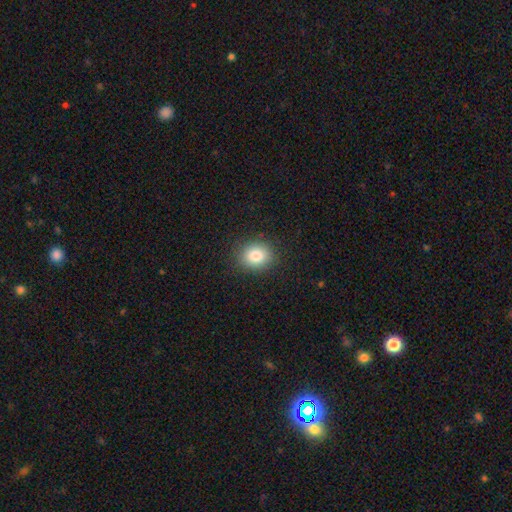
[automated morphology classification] The model was most divided on "how rounded": round: 63%, in between: 36%, cigar-shaped: 1%. More confident: merging — none (88%); smooth or featured — smooth (82%).